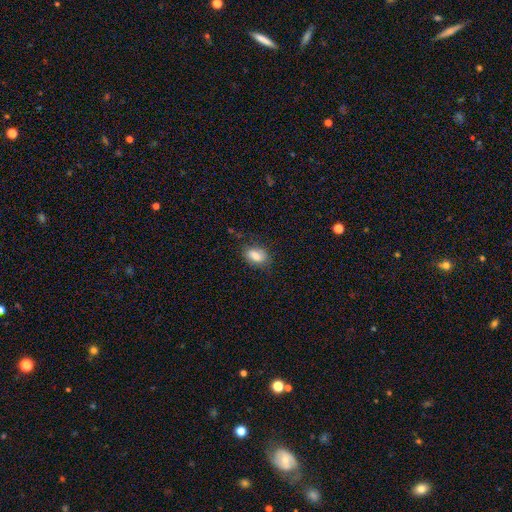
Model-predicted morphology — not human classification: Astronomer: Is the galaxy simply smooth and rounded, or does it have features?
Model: smooth — 83%.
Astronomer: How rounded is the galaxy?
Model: in between — 89%.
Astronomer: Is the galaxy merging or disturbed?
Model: none — 71%.